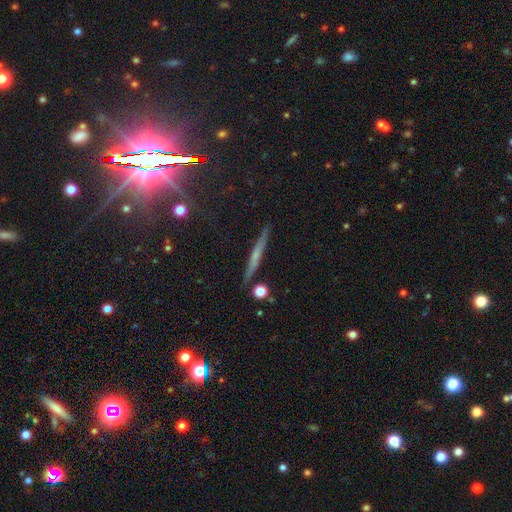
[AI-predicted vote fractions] A featured or disk galaxy (52%) viewed edge-on (96%).

Vote fractions:
- Smooth or featured? featured or disk: 52% / smooth: 37% / star or artifact: 11%
- Edge-on disk? yes: 96% / no: 4%
- Merging? none: 89% / minor disturbance: 8% / merger: 2% / major disturbance: 2%